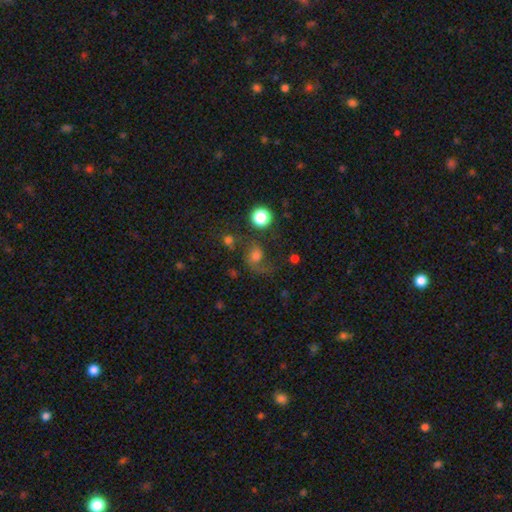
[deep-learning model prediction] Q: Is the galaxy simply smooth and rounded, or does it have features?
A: smooth — 54%.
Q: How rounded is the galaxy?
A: round — 67%.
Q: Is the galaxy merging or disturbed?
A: none — 41%.